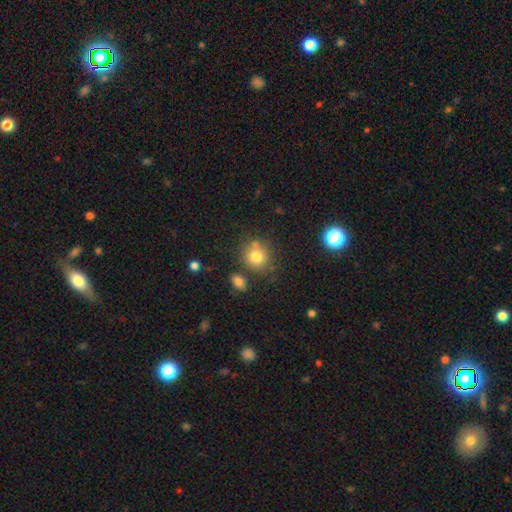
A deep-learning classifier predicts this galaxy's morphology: Smooth or featured: smooth — 78% (star or artifact — 13%)
How rounded: round — 86% (in between — 13%)
Merging: none — 70% (merger — 14%)